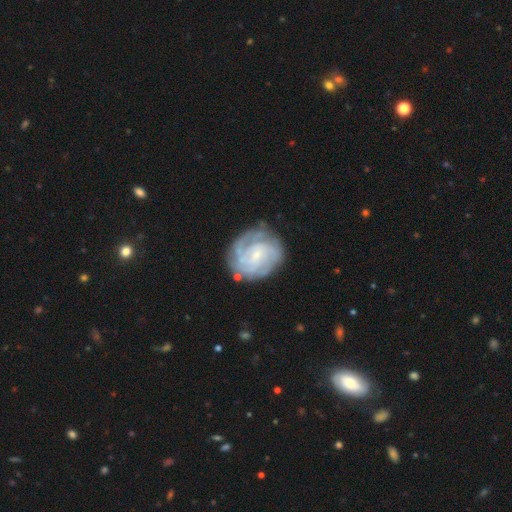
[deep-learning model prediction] Smooth or featured?
  - featured or disk: 84% *
  - smooth: 11%
  - star or artifact: 5%
Edge-on disk?
  - no: 98% *
  - yes: 2%
Bar?
  - no: 54% *
  - weak: 38%
  - strong: 7%
Spiral arms?
  - yes: 96% *
  - no: 4%
Spiral winding?
  - tight: 68% *
  - medium: 27%
  - loose: 5%
Spiral arm count?
  - can't tell: 28% *
  - 3: 25%
  - 2: 20%
  - 4: 16%
  - more than 4: 6%
  - 1: 6%
Bulge size?
  - small: 75% *
  - moderate: 18%
  - none: 5%
  - large: 1%
  - dominant: 1%
Merging?
  - none: 74% *
  - minor disturbance: 17%
  - major disturbance: 7%
  - merger: 2%